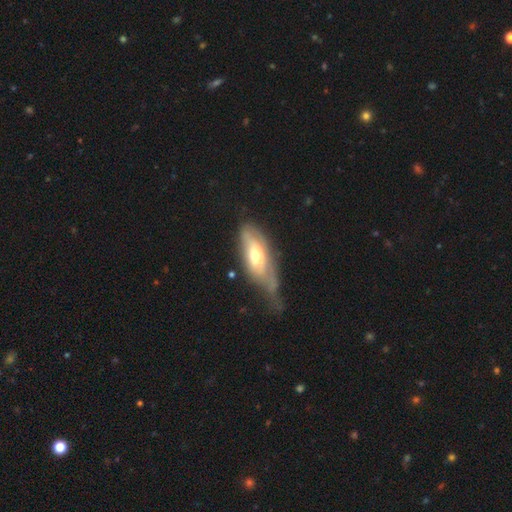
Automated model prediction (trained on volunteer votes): Morphology: type=featured or disk (53%); edge-on=no (76%); merging=minor disturbance (39%).